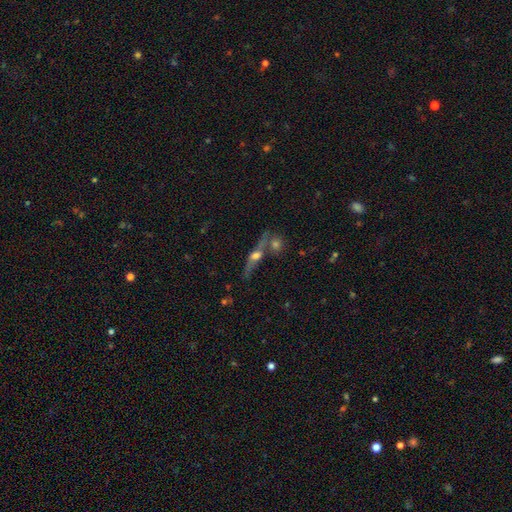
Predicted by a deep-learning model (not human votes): smooth-or-featured: featured or disk: 65% | smooth: 25% | star or artifact: 10%
  disk-edge-on: yes: 86% | no: 14%
    edge-on-bulge: rounded: 92% | boxy: 4% | none: 4%
  merging: none: 55% | merger: 26% | minor disturbance: 12% | major disturbance: 6%